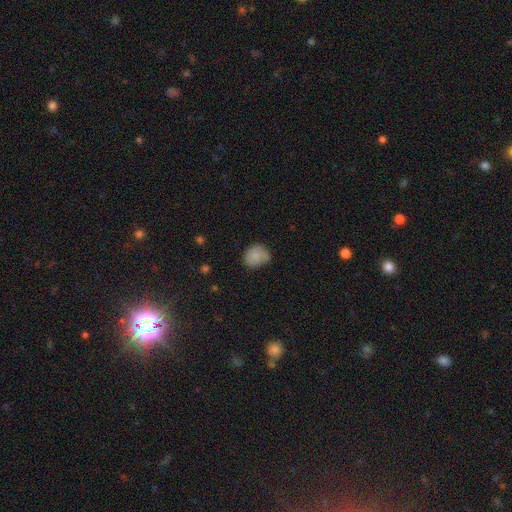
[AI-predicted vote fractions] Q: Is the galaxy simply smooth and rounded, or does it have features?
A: smooth — 81%.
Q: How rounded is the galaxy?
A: round — 63%.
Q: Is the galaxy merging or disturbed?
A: none — 51%.